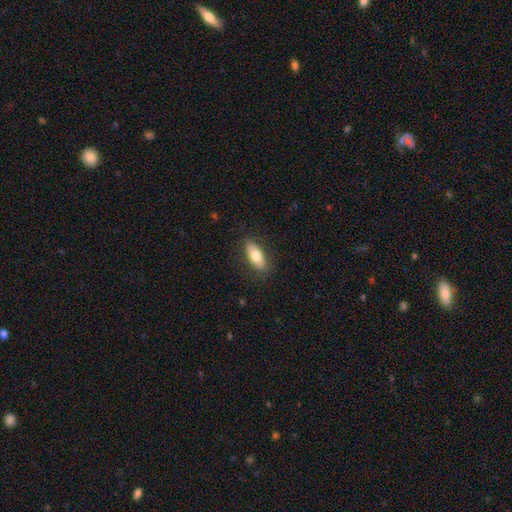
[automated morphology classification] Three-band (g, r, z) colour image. It shows a smooth galaxy with no disk features (74%) that is in between round and cigar-shaped (81%). Merging: none (85%).